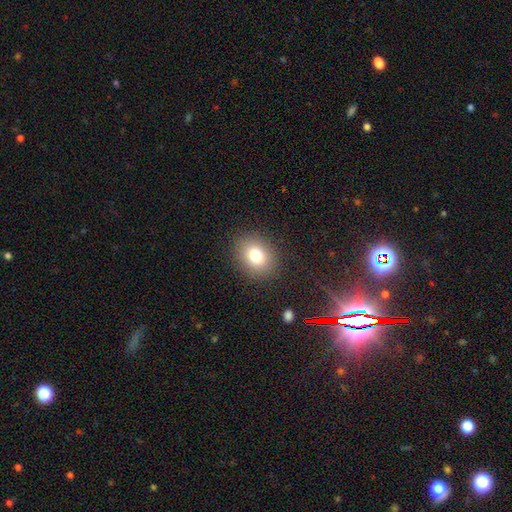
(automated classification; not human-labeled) Morphology: type=smooth (79%); roundness=round (50%); merging=none (88%).